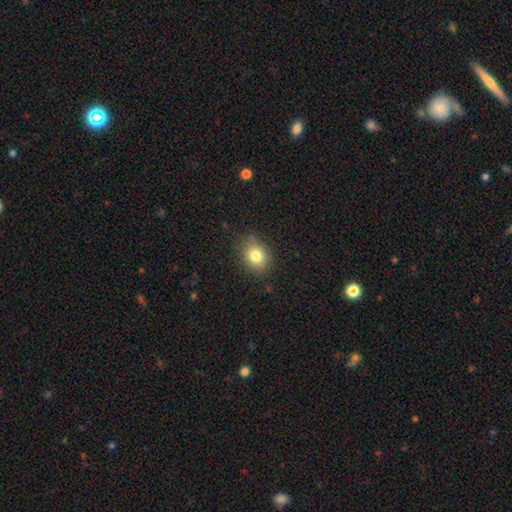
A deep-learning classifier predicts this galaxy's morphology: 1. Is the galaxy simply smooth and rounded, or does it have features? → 81% smooth, 10% star or artifact, 9% featured or disk.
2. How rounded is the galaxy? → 60% in between, 39% round, 1% cigar-shaped.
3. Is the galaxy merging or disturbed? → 82% none, 13% minor disturbance, 3% major disturbance, 1% merger.